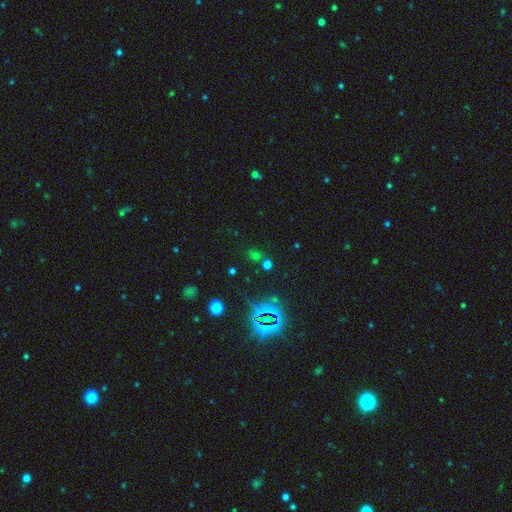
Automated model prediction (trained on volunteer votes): The model was most divided on "smooth or featured": star or artifact: 54%, smooth: 38%, featured or disk: 8%.